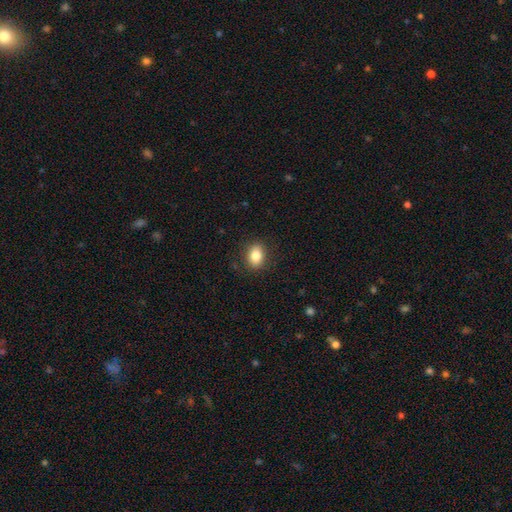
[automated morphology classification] The model was most divided on "how rounded": in between: 72%, round: 27%, cigar-shaped: 1%. More confident: merging — none (86%); smooth or featured — smooth (84%).